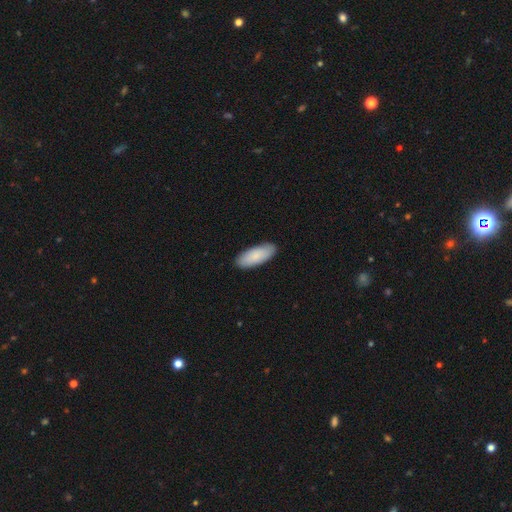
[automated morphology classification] Smooth or featured: smooth — 87% (featured or disk — 8%)
How rounded: in between — 79% (cigar-shaped — 19%)
Merging: none — 89% (minor disturbance — 8%)